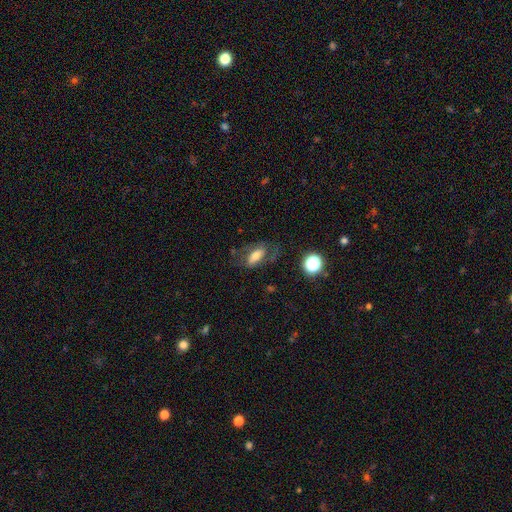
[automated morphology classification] smooth_or_featured: smooth (p=0.49) [alt: featured or disk p=0.40]
merging: none (p=0.57) [alt: minor disturbance p=0.21]